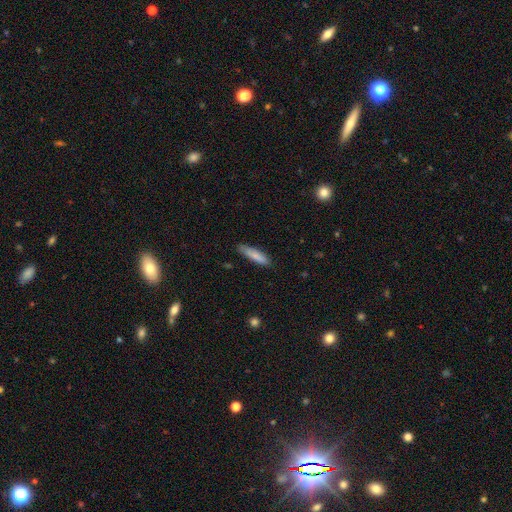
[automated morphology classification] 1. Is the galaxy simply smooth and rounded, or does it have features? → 81% smooth, 13% featured or disk, 6% star or artifact.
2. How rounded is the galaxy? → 74% cigar-shaped, 25% in between, 1% round.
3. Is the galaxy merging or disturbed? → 80% none, 16% minor disturbance, 3% major disturbance, 1% merger.